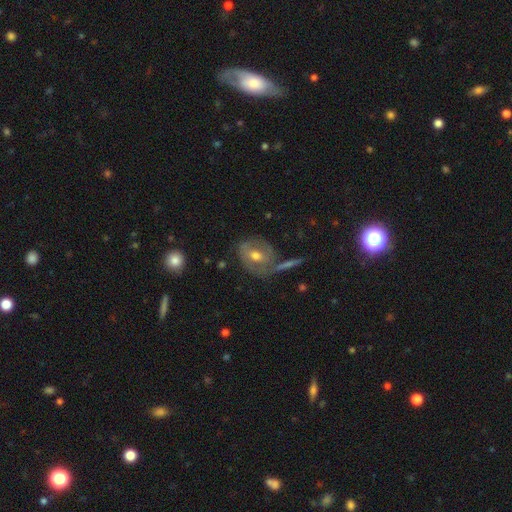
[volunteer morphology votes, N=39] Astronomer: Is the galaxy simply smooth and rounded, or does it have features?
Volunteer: featured or disk — 49% (runner-up: smooth, 44%).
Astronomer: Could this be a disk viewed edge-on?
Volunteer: no — 89%.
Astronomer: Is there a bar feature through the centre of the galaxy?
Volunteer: no — 59%.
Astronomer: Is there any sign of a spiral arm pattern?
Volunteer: no — 76%.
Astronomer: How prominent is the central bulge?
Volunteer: moderate — 65%.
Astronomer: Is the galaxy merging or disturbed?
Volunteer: none — 69%.